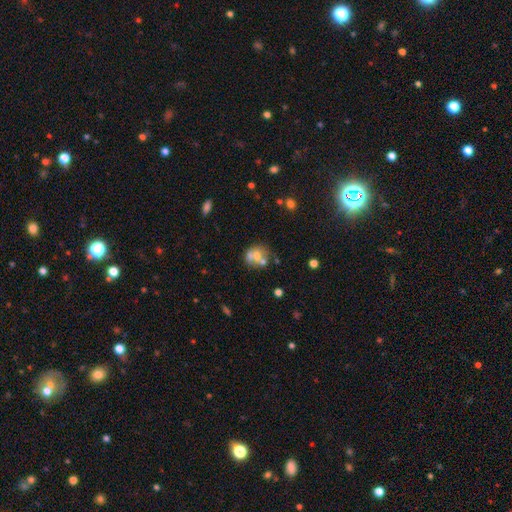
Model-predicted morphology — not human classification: Overall: smooth (50%; featured or disk 36%). How rounded: round (64%; in between 35%). Merging: merger (42%; none 37%).